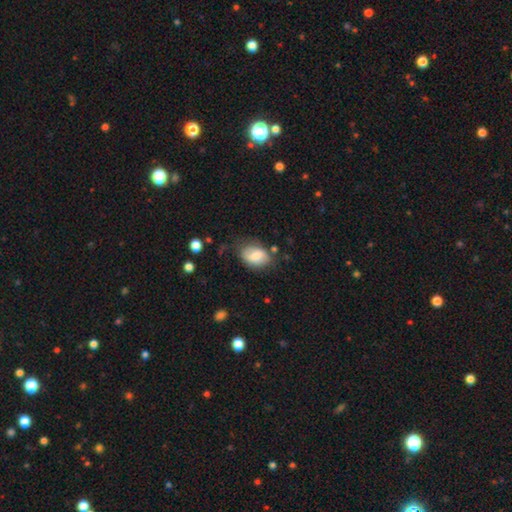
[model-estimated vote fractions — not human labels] Morphology: type=smooth (73%); roundness=in between (81%); merging=none (61%).